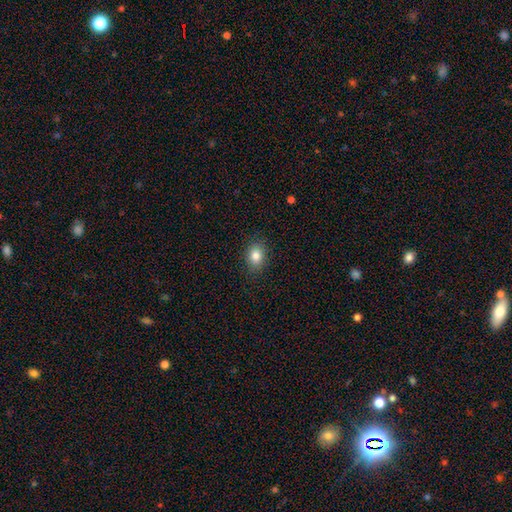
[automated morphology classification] smooth_or_featured: smooth (p=0.83) [alt: star or artifact p=0.10]
how_rounded: in between (p=0.66) [alt: round p=0.33]
merging: none (p=0.87) [alt: minor disturbance p=0.09]